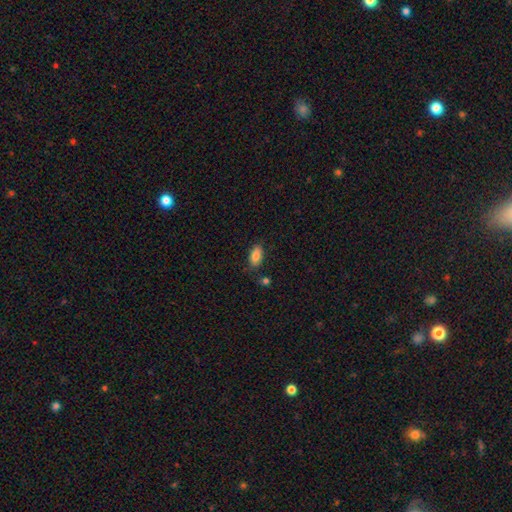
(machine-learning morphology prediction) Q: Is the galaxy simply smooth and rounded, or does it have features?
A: smooth — 85%.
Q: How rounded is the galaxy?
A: in between — 89%.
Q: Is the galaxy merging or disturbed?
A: none — 78%.